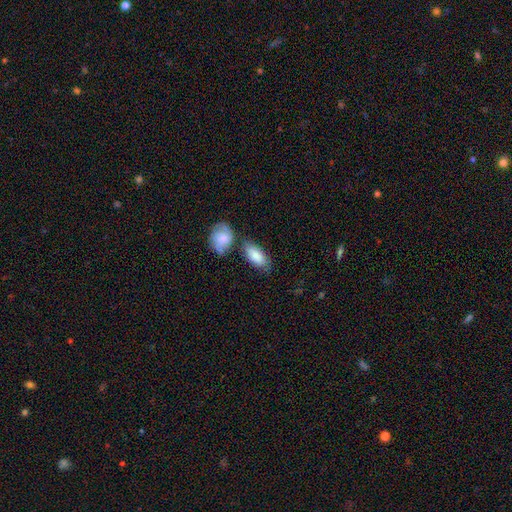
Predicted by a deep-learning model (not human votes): smooth 83%, featured or disk 12%, star or artifact 5%. Down the decision tree: how rounded — in between (89%); merging — none (56%).